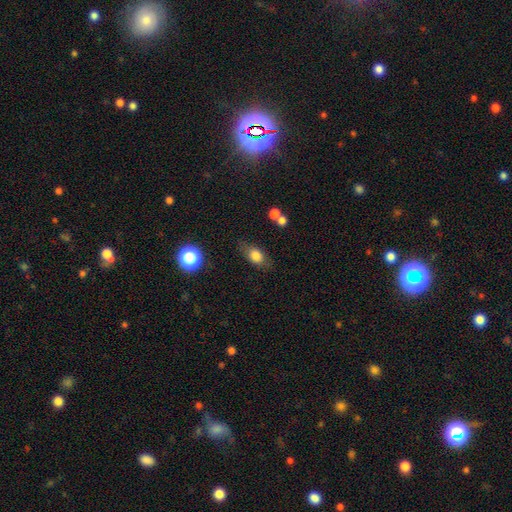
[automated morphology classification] type=smooth (77%); roundness=in between (77%); merging=none (71%).